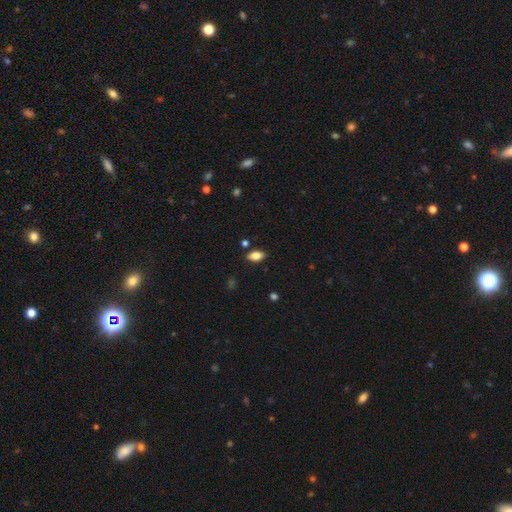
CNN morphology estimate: A smooth galaxy with no disk features (82%) that is in between round and cigar-shaped (90%).

Vote fractions:
- Smooth or featured? smooth: 82% / featured or disk: 9% / star or artifact: 9%
- How rounded? in between: 90% / round: 5% / cigar-shaped: 4%
- Merging? none: 84% / minor disturbance: 11% / merger: 3% / major disturbance: 2%